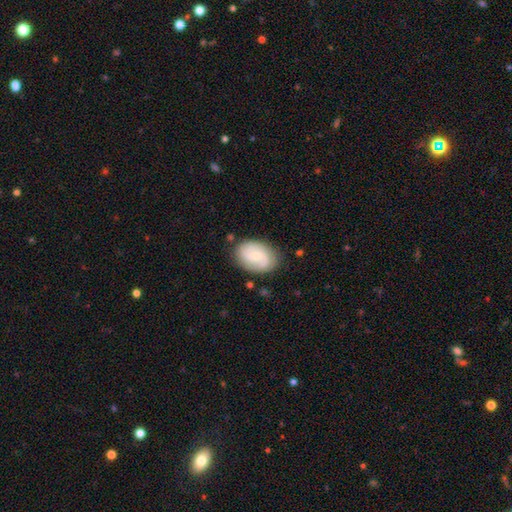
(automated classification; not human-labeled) Smooth or featured? Predicted: featured or disk (p=0.57). Edge-on disk? Predicted: no (p=0.97). Bar? Predicted: no (p=0.60). Spiral arms? Predicted: yes (p=0.89). Bulge size? Predicted: small (p=0.60). Merging? Predicted: none (p=0.78).